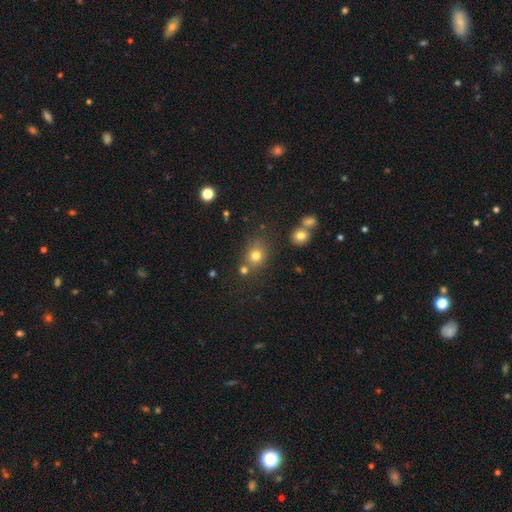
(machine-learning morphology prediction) type=smooth (75%); roundness=round (75%); merging=none (67%).